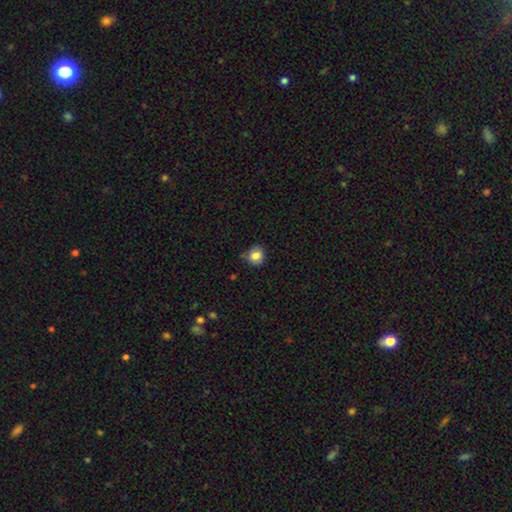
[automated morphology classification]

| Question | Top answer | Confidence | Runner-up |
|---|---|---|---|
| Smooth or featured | smooth | 83% | star or artifact (10%) |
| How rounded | round | 84% | in between (15%) |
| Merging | none | 71% | minor disturbance (23%) |